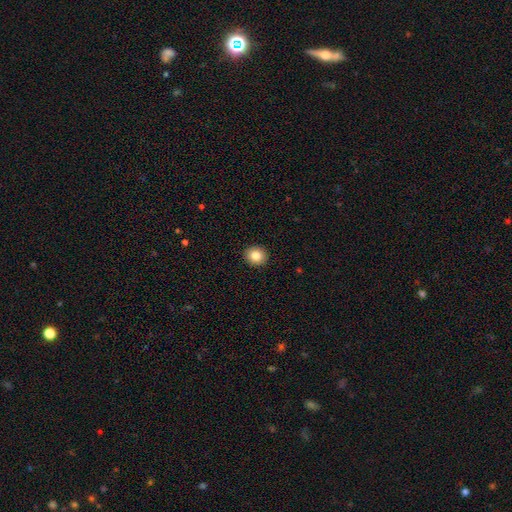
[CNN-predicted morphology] Smooth or featured: smooth — 84% (star or artifact — 10%)
How rounded: round — 84% (in between — 15%)
Merging: none — 93% (minor disturbance — 5%)